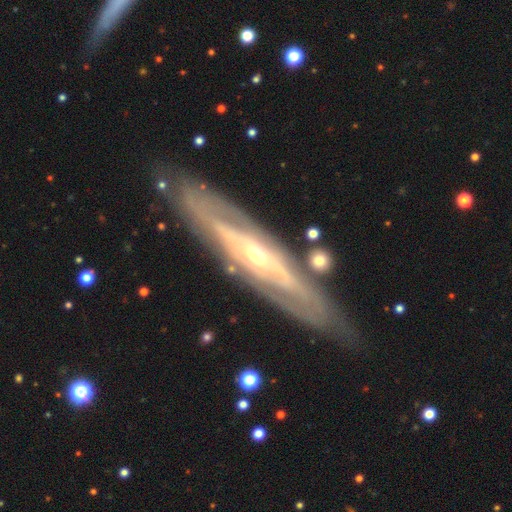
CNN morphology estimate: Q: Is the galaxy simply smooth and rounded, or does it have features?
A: featured or disk — 82%.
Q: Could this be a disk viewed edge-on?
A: no — 61%.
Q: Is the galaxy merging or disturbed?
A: none — 77%.